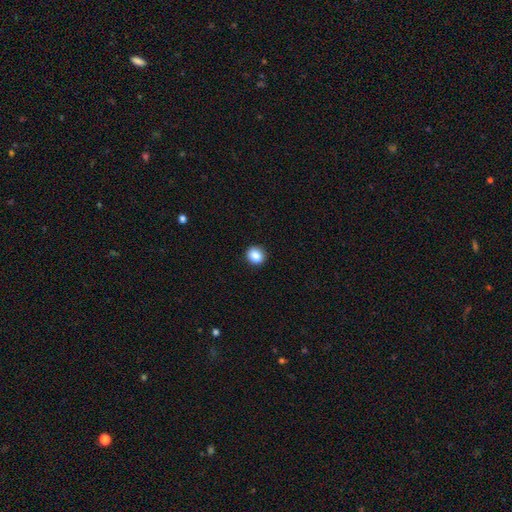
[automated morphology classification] Smooth or featured? Predicted: smooth (p=0.87). How rounded? Predicted: round (p=0.76). Merging? Predicted: none (p=0.92).